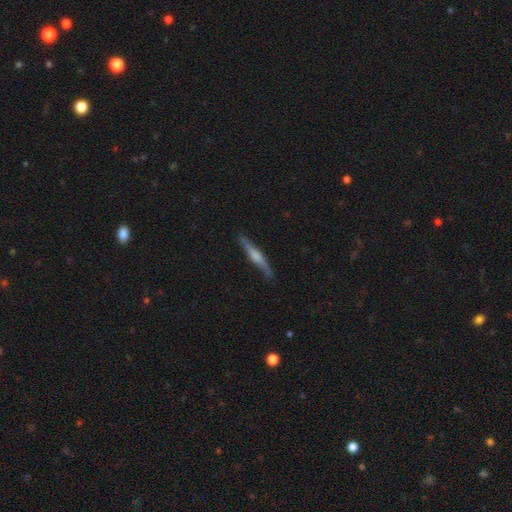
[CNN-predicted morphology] A featured or disk galaxy (56%) viewed edge-on (95%) with a rounded central bulge (60%).

Vote fractions:
- Smooth or featured? featured or disk: 56% / smooth: 38% / star or artifact: 6%
- Edge-on disk? yes: 95% / no: 5%
- Edge-on bulge? rounded: 60% / boxy: 22% / none: 18%
- Merging? none: 86% / minor disturbance: 11% / major disturbance: 2% / merger: 1%